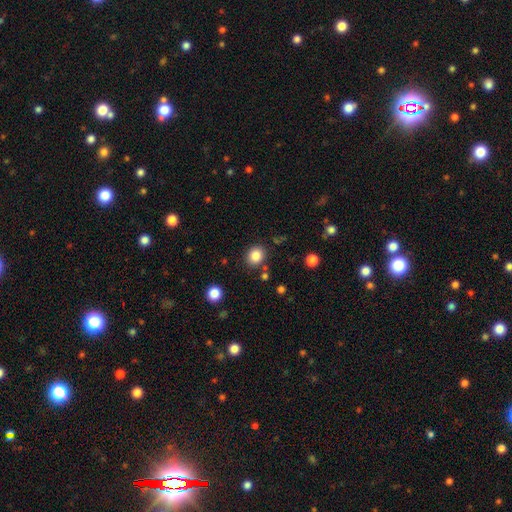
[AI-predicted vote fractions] Smooth or featured: smooth — 85% (star or artifact — 10%)
How rounded: round — 72% (in between — 27%)
Merging: none — 85% (minor disturbance — 9%)